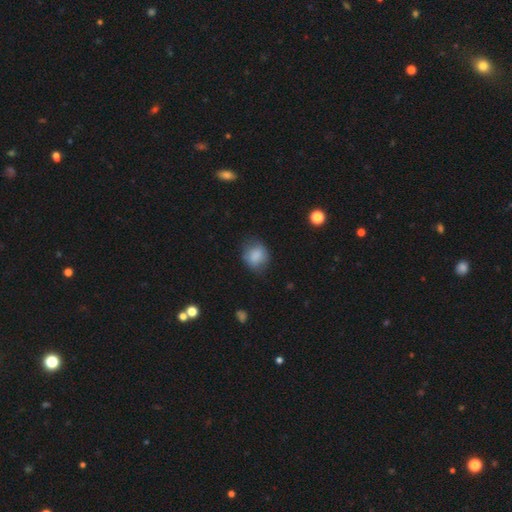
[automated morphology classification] Smooth or featured? smooth (83%)
How rounded? round (59%)
Merging? none (69%)